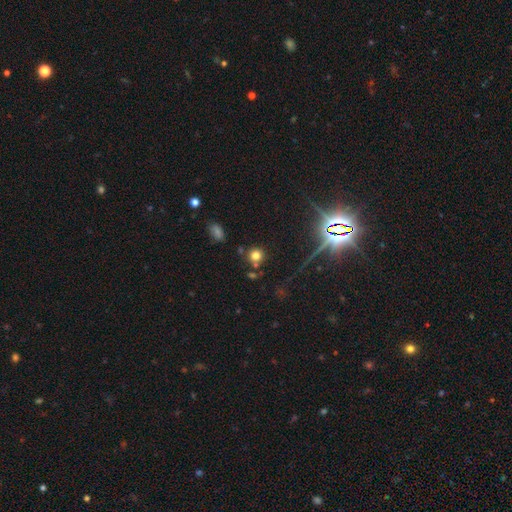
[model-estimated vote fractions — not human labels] smooth_or_featured: smooth (p=0.72) [alt: star or artifact p=0.19]
how_rounded: round (p=0.91) [alt: in between p=0.08]
merging: none (p=0.76) [alt: merger p=0.11]